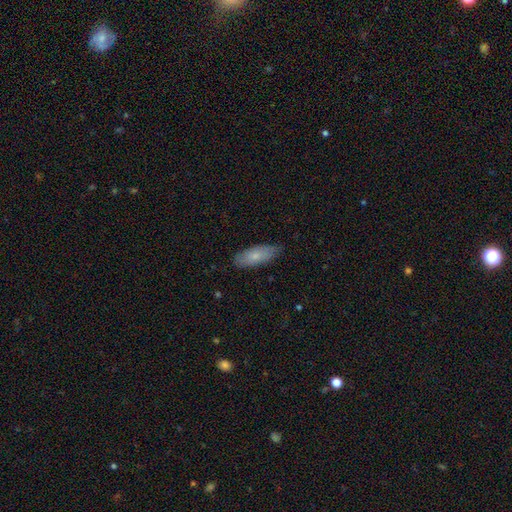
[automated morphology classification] This is likely a smooth galaxy (73%). How rounded: likely in between (74%). Merging: likely none (78%).